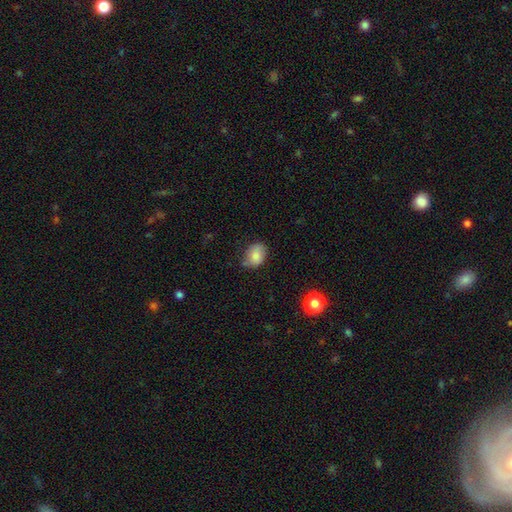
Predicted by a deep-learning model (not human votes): Smooth or featured: smooth — 80% (featured or disk — 11%)
How rounded: in between — 69% (round — 30%)
Merging: none — 64% (minor disturbance — 28%)